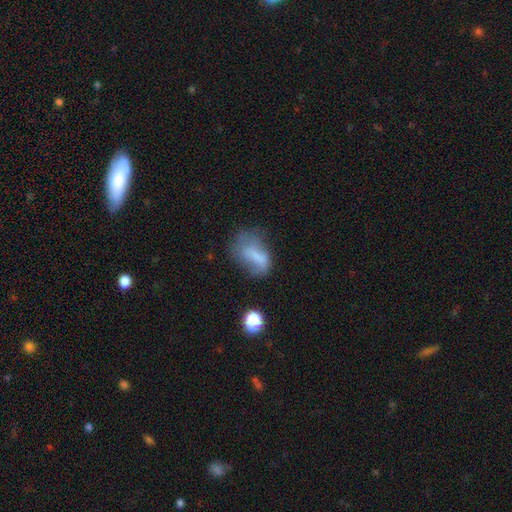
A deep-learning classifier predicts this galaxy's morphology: Smooth or featured?
  - smooth: 60% *
  - featured or disk: 27%
  - star or artifact: 13%
How rounded?
  - in between: 82% *
  - round: 14%
  - cigar-shaped: 4%
Merging?
  - none: 34% *
  - major disturbance: 30%
  - minor disturbance: 29%
  - merger: 7%